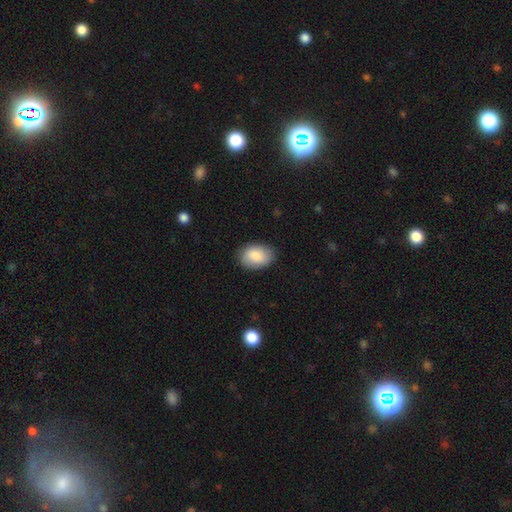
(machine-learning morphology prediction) Smooth or featured? smooth (86%)
How rounded? in between (85%)
Merging? none (85%)